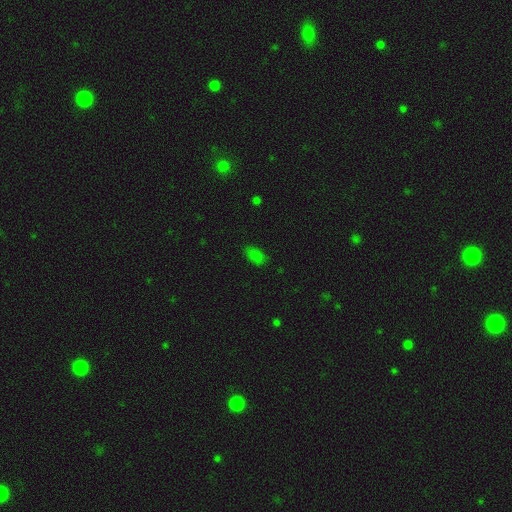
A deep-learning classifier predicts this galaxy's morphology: Overall: smooth (78%). How rounded: in between (91%). Merging: none (79%).